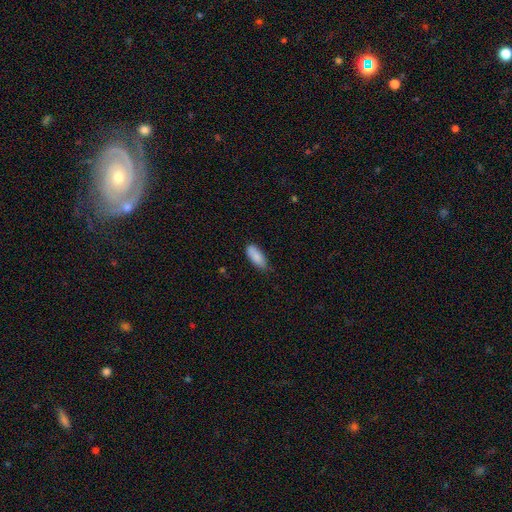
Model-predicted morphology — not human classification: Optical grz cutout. It shows a smooth galaxy with no disk features (87%) that is in between round and cigar-shaped (80%). Merging: none (65%).